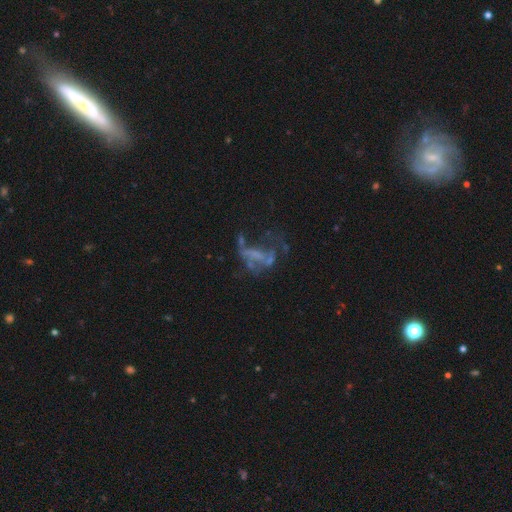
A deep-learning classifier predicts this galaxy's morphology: Q: Smooth or featured?
A: featured or disk (59%); runner-up: star or artifact (21%)
Q: Edge-on disk?
A: no (96%); runner-up: yes (4%)
Q: Bar?
A: no (76%); runner-up: weak (15%)
Q: Spiral arms?
A: no (82%); runner-up: yes (18%)
Q: Bulge size?
A: none (73%); runner-up: small (15%)
Q: Merging?
A: major disturbance (42%); runner-up: none (26%)